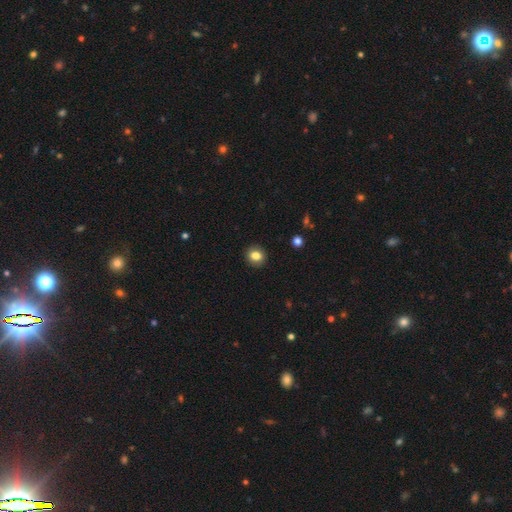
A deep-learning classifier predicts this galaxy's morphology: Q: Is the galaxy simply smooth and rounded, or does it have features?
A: smooth — 83%.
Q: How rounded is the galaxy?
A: round — 78%.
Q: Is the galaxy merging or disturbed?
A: none — 92%.